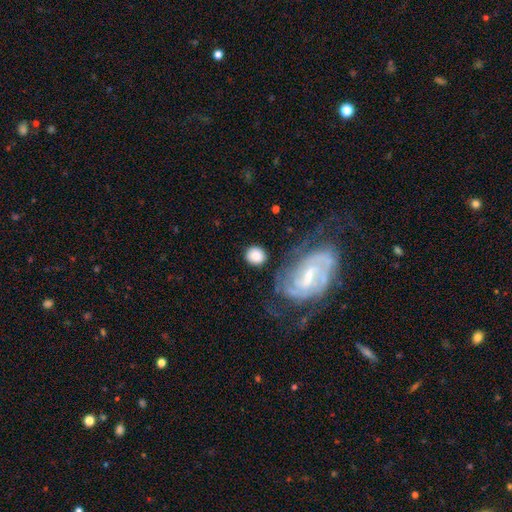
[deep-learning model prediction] A smooth galaxy with no disk features (73%) that is round (80%). Merging: none (73%).